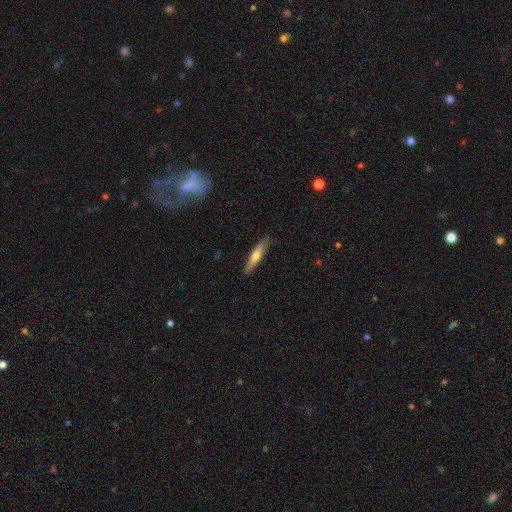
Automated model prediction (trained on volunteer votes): Overall: smooth (56%; featured or disk 38%). How rounded: cigar-shaped (86%). Merging: none (85%).